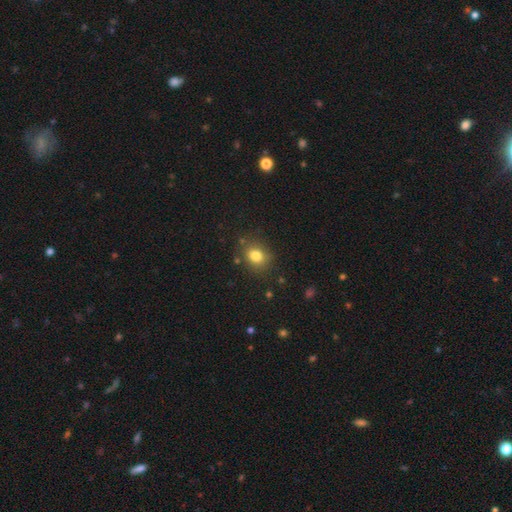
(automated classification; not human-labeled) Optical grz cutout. It shows a smooth galaxy with no disk features (80%) that is round (61%). Merging: none (81%).